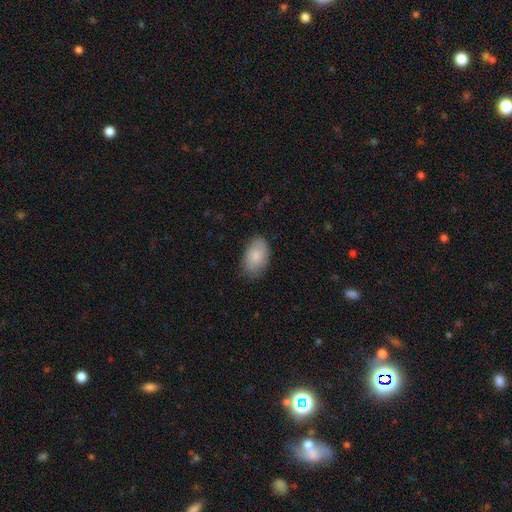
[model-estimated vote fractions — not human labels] The model was most divided on "smooth or featured": smooth: 79%, featured or disk: 15%, star or artifact: 6%. More confident: how rounded — in between (92%); merging — none (80%).